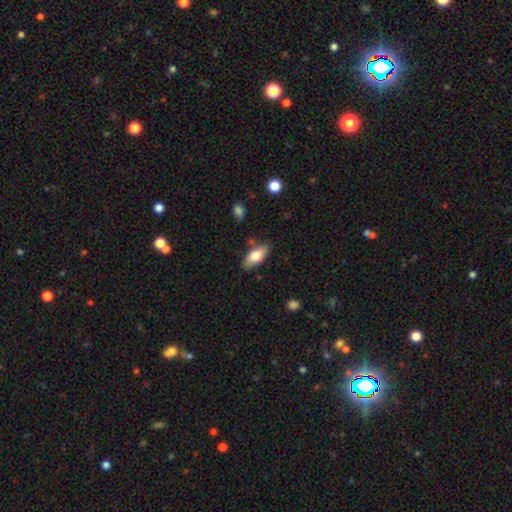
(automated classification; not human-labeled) A smooth galaxy with no disk features (75%) that is in between round and cigar-shaped (83%). Merging: none (78%).